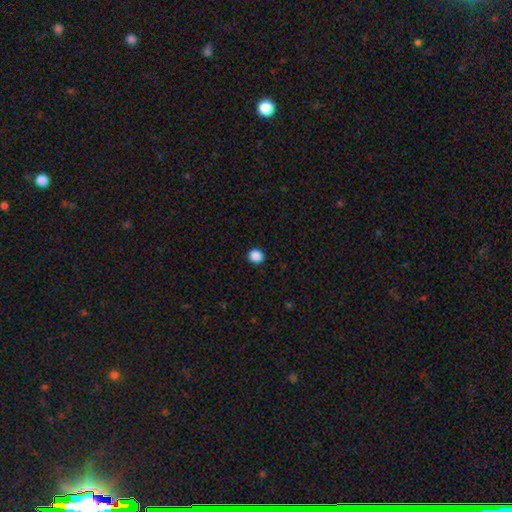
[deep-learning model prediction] This appears to be a smooth galaxy with no disk features (88%) that is round (80%). Merging: none (90%).